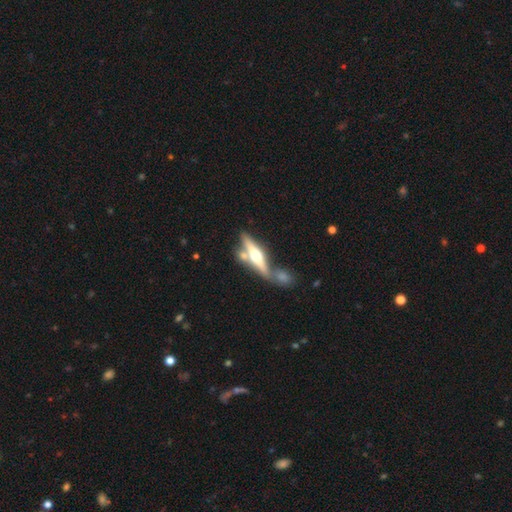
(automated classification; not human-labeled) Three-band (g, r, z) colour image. It shows a featured or disk galaxy (68%) viewed edge-on (93%) with a rounded central bulge (95%). Merging: none (51%).